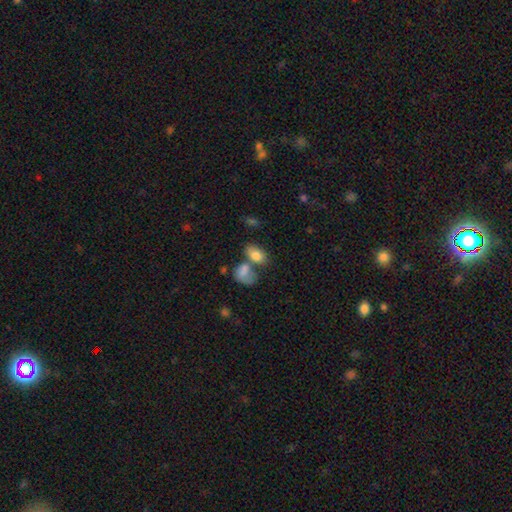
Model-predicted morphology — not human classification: This appears to be a smooth galaxy with no disk features (81%) that is in between round and cigar-shaped (88%). Merging: merger (40%, tied with none).